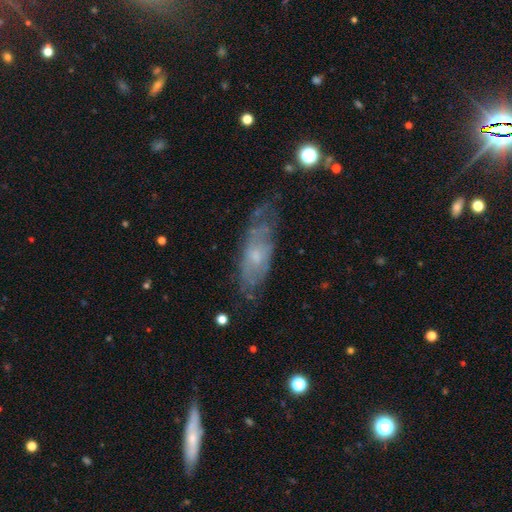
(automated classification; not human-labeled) Morphology: type=featured or disk (60%); edge-on=no (79%); merging=none (58%).